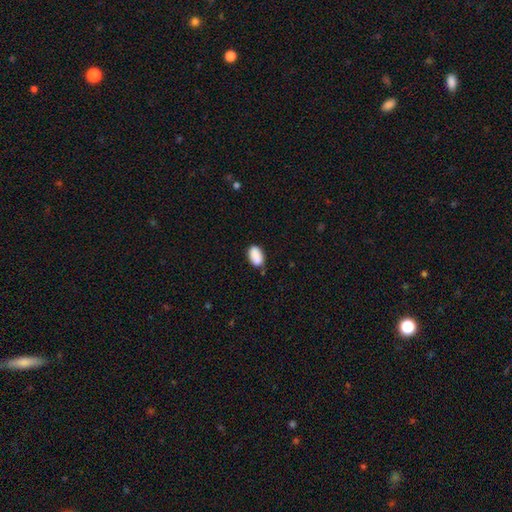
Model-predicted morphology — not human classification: smooth-or-featured: smooth: 88% | star or artifact: 7% | featured or disk: 4%
  how-rounded: in between: 92% | round: 6% | cigar-shaped: 2%
  merging: none: 76% | minor disturbance: 18% | merger: 4% | major disturbance: 3%